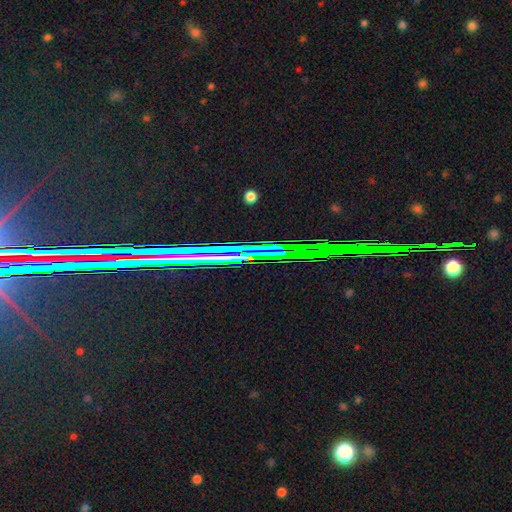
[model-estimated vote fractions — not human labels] Overall: star or artifact (82%).